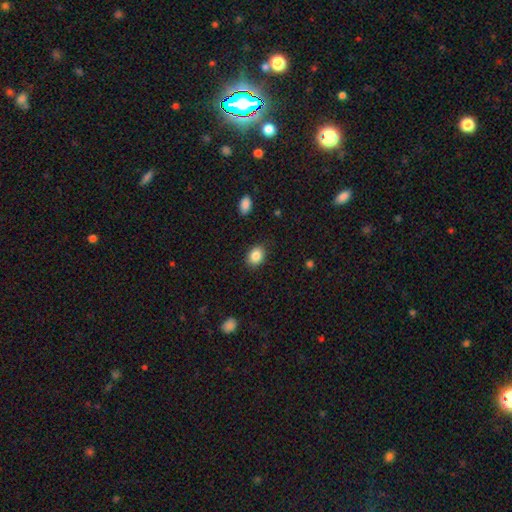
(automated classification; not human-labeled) The model was most divided on "how rounded": in between: 65%, round: 34%, cigar-shaped: 1%. More confident: smooth or featured — smooth (86%); merging — none (85%).